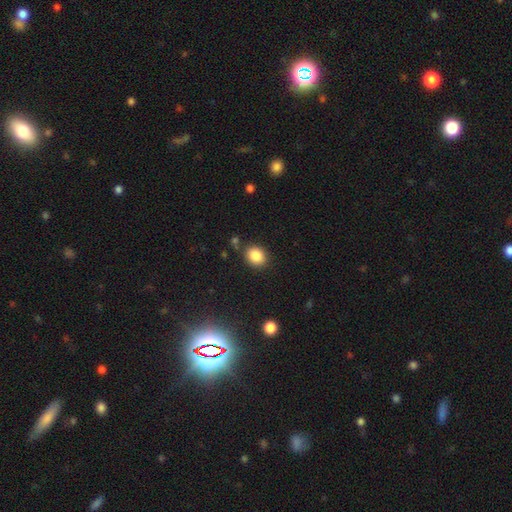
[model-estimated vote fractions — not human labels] A smooth galaxy with no disk features (86%) that is round (53%). Merging: none (83%).